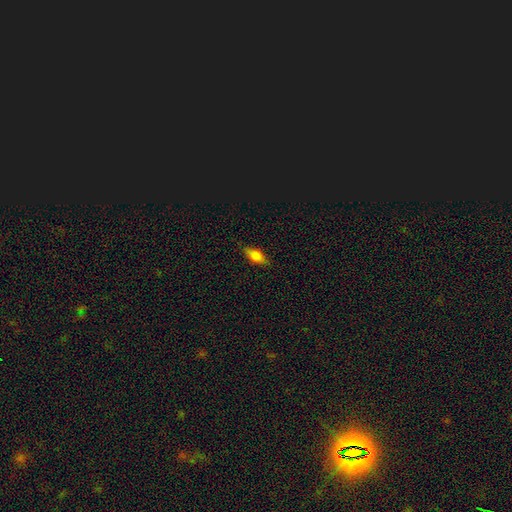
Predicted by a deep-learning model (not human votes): A smooth galaxy with no disk features (69%) that is in between round and cigar-shaped (75%). Merging: none (84%).